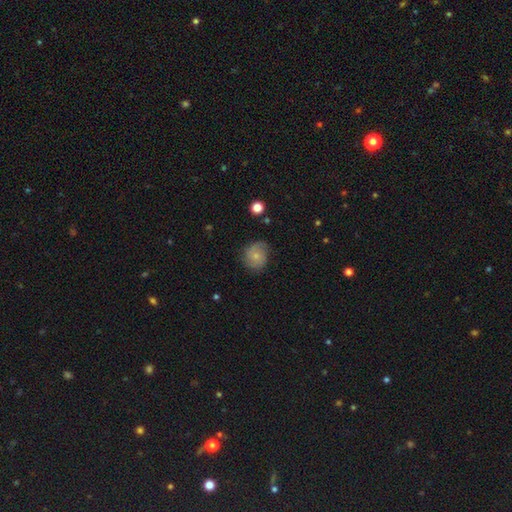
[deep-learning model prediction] Smooth or featured? smooth (57%)
How rounded? round (76%)
Merging? none (70%)